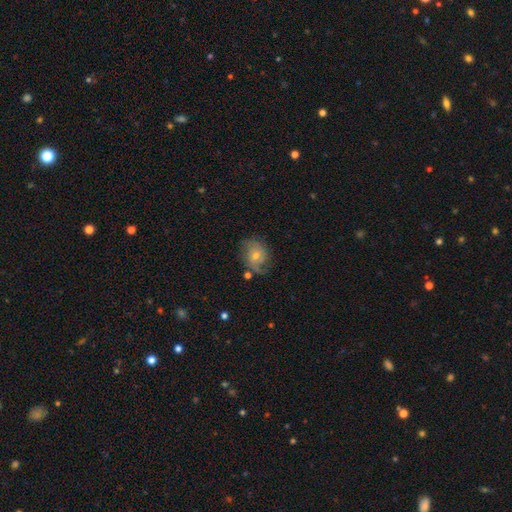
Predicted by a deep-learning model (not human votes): Q: Smooth or featured?
A: featured or disk (64%); runner-up: smooth (25%)
Q: Edge-on disk?
A: no (97%); runner-up: yes (3%)
Q: Bar?
A: no (73%); runner-up: weak (23%)
Q: Spiral arms?
A: yes (87%); runner-up: no (13%)
Q: Spiral winding?
A: tight (42%); runner-up: medium (38%)
Q: Spiral arm count?
A: 2 (46%); runner-up: can't tell (26%)
Q: Bulge size?
A: small (51%); runner-up: moderate (45%)
Q: Merging?
A: none (69%); runner-up: minor disturbance (19%)